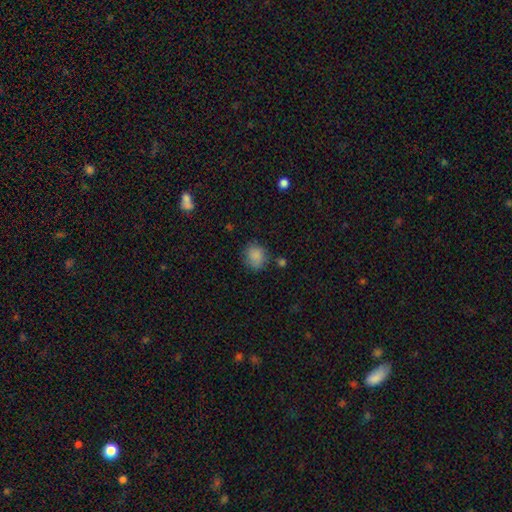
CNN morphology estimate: Smooth or featured? smooth (86%)
How rounded? round (73%)
Merging? none (76%)